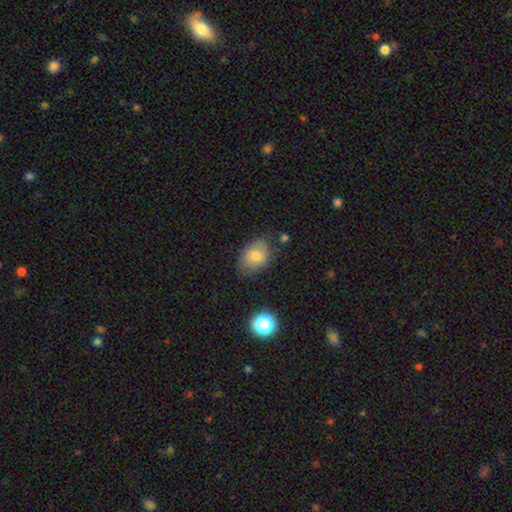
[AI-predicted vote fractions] The model was most divided on "how rounded": in between: 73%, round: 26%, cigar-shaped: 1%. More confident: smooth or featured — smooth (76%); merging — none (70%).